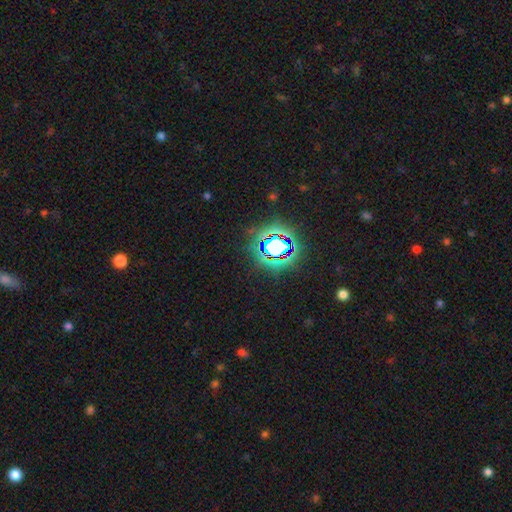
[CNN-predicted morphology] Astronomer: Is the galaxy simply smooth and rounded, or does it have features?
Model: star or artifact — 82%.